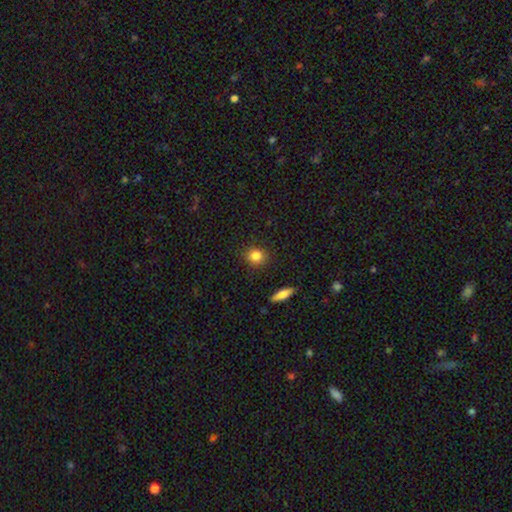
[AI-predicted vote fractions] This is clearly a smooth galaxy (84%). How rounded: likely round (77%). Merging: clearly none (88%).